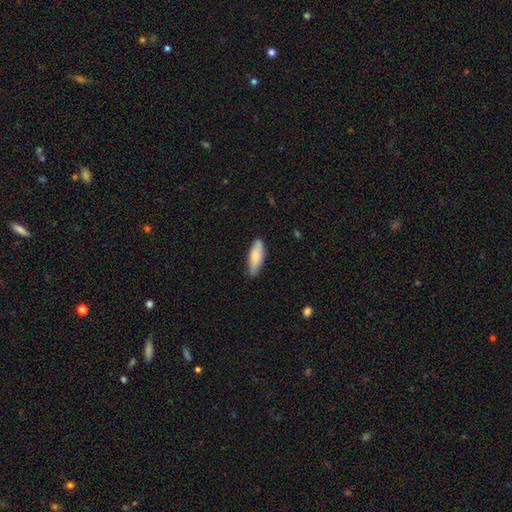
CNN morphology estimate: The model was most divided on "how rounded": in between: 56%, cigar-shaped: 43%, round: 2%. More confident: smooth or featured — smooth (80%); merging — none (77%).